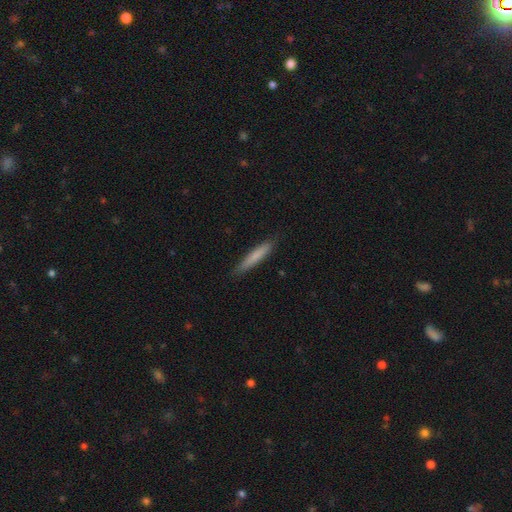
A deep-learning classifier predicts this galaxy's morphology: The model was most divided on "smooth or featured": smooth: 76%, featured or disk: 18%, star or artifact: 6%. More confident: how rounded — cigar-shaped (93%); merging — none (88%).